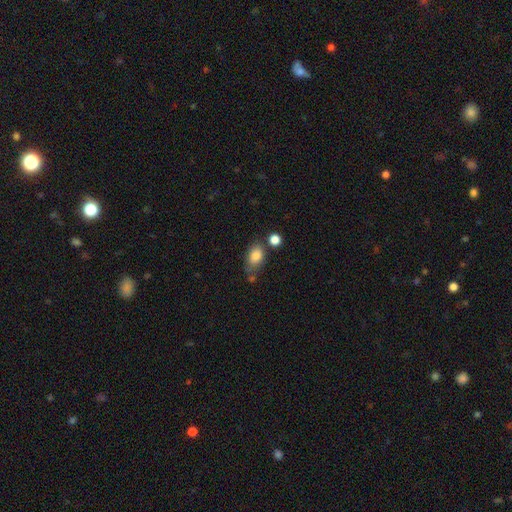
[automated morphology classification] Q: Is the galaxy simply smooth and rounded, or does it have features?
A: smooth — 83%.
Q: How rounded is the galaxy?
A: in between — 82%.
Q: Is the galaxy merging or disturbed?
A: none — 56%.